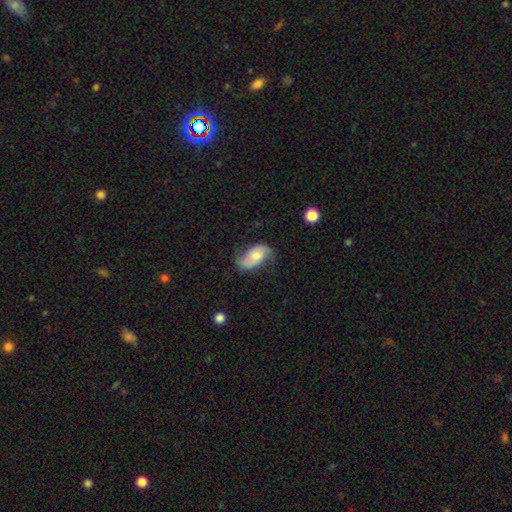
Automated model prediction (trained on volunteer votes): Smooth or featured?
  - featured or disk: 62% *
  - smooth: 31%
  - star or artifact: 7%
Edge-on disk?
  - no: 95% *
  - yes: 5%
Bar?
  - no: 68% *
  - weak: 25%
  - strong: 7%
Spiral arms?
  - yes: 87% *
  - no: 13%
Spiral winding?
  - loose: 54% *
  - medium: 32%
  - tight: 13%
Spiral arm count?
  - 2: 85% *
  - can't tell: 7%
  - 1: 6%
  - 3: 1%
  - 4: 1%
  - more than 4: 1%
Bulge size?
  - moderate: 58% *
  - small: 30%
  - large: 8%
  - none: 3%
  - dominant: 2%
Merging?
  - none: 58% *
  - minor disturbance: 26%
  - major disturbance: 13%
  - merger: 2%